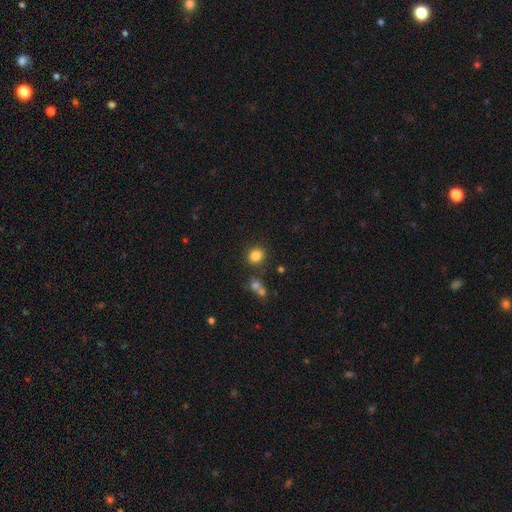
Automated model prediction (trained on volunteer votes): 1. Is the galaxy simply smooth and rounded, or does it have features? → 83% smooth, 12% star or artifact, 5% featured or disk.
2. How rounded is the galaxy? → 82% round, 17% in between, 1% cigar-shaped.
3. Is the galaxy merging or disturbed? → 83% none, 8% minor disturbance, 5% merger, 3% major disturbance.